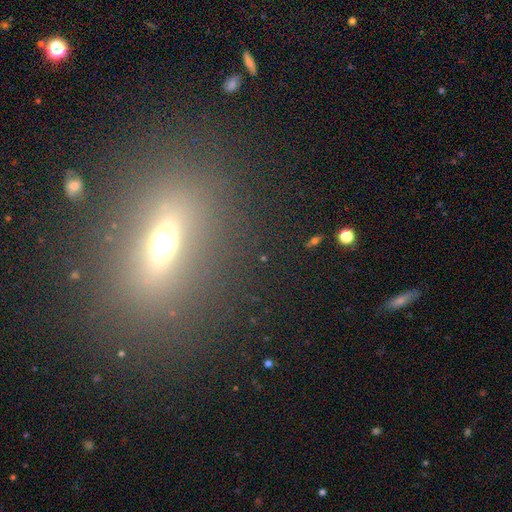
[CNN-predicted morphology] Smooth or featured? smooth (42%)
Merging? none (85%)